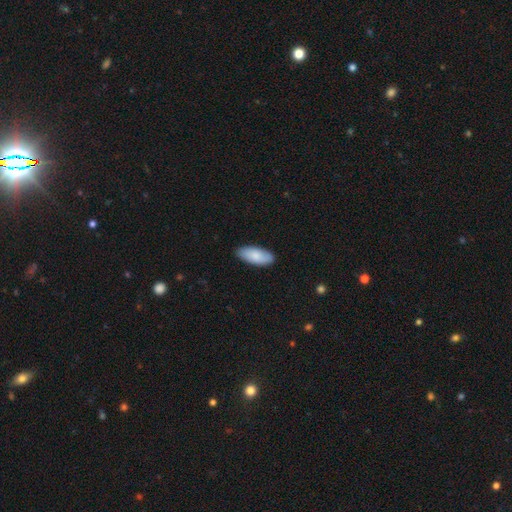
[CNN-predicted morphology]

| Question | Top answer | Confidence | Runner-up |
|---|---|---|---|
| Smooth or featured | smooth | 85% | featured or disk (10%) |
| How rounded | in between | 86% | cigar-shaped (12%) |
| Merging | none | 87% | minor disturbance (10%) |